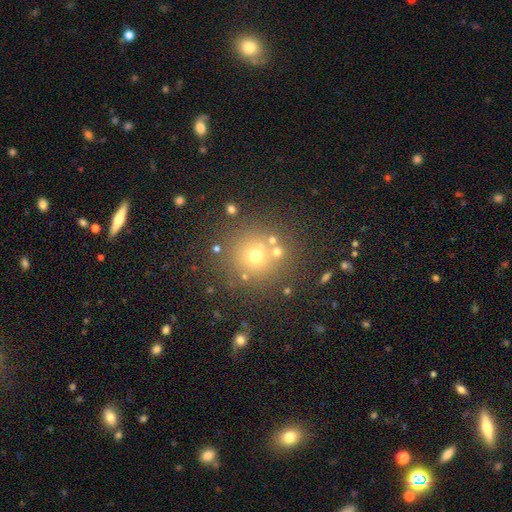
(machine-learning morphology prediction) Smooth or featured? smooth (64%)
How rounded? round (92%)
Merging? none (77%)